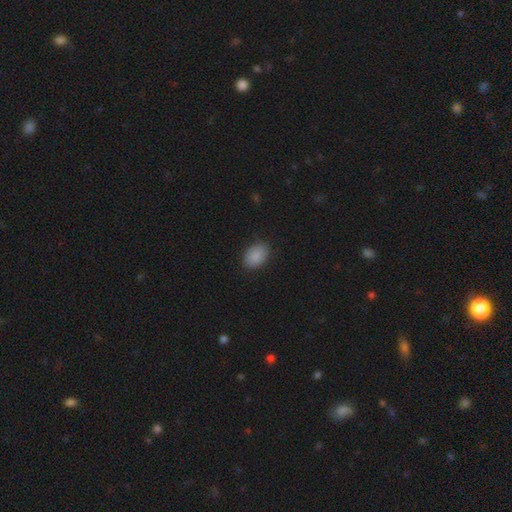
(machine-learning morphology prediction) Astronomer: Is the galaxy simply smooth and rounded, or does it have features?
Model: smooth — 89%.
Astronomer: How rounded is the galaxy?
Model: in between — 83%.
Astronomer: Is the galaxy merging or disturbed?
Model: none — 85%.